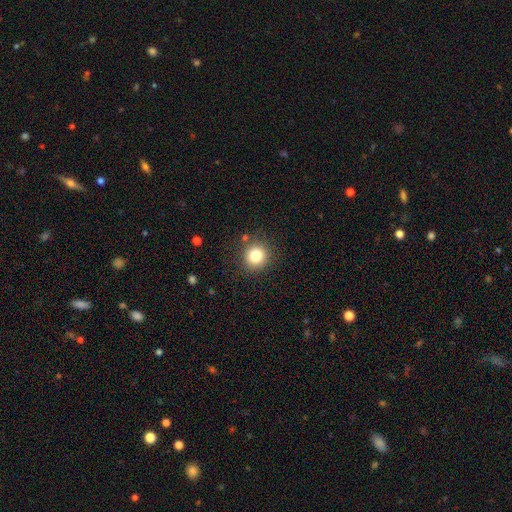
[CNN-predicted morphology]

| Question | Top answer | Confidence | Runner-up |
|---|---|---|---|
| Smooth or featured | smooth | 81% | star or artifact (12%) |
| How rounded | round | 92% | in between (7%) |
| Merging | none | 87% | minor disturbance (8%) |